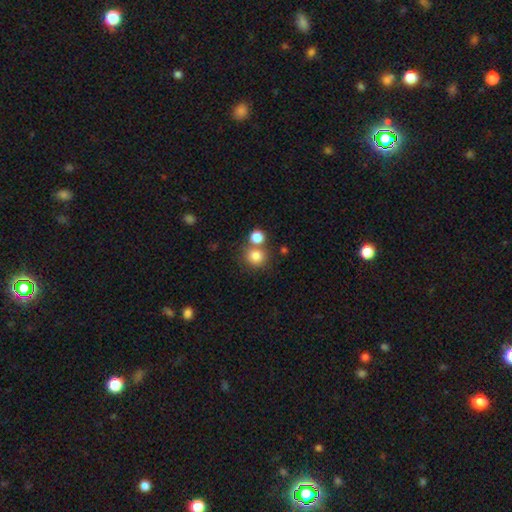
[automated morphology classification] Smooth or featured? Predicted: smooth (p=0.82). How rounded? Predicted: round (p=0.89). Merging? Predicted: none (p=0.65).